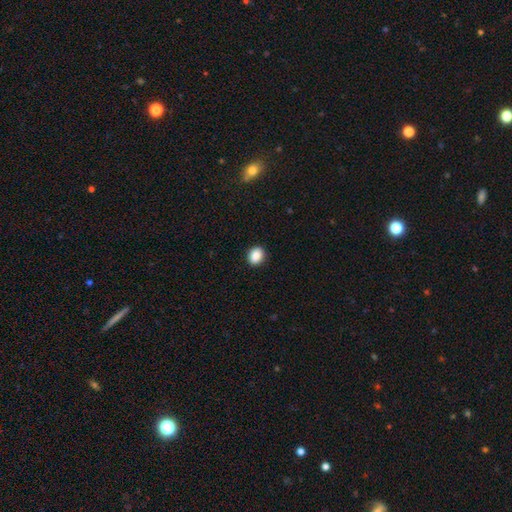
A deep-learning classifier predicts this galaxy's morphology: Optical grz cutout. It shows a smooth galaxy with no disk features (89%) that is round (58%). Merging: none (92%).